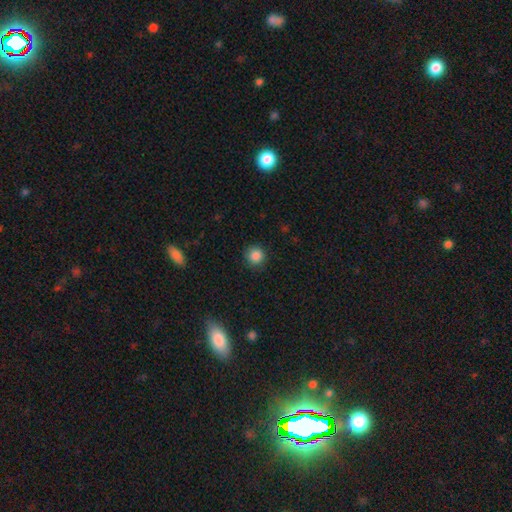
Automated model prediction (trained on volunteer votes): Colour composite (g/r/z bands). It shows a smooth galaxy with no disk features (86%) that is round (94%). Merging: none (89%).